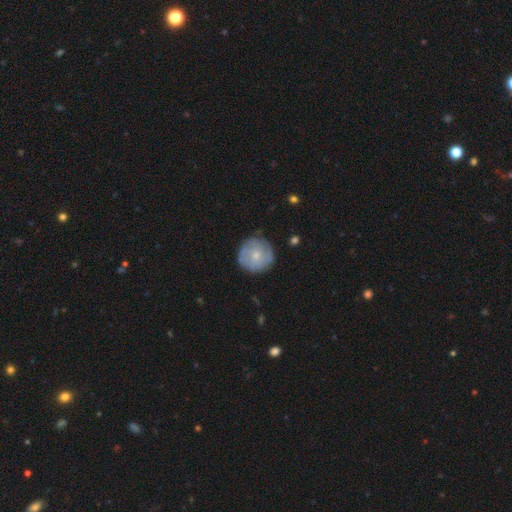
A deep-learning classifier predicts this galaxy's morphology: Smooth or featured?
  - smooth: 56% *
  - featured or disk: 37%
  - star or artifact: 6%
How rounded?
  - round: 94% *
  - in between: 5%
  - cigar-shaped: 1%
Merging?
  - none: 81% *
  - minor disturbance: 14%
  - major disturbance: 4%
  - merger: 1%